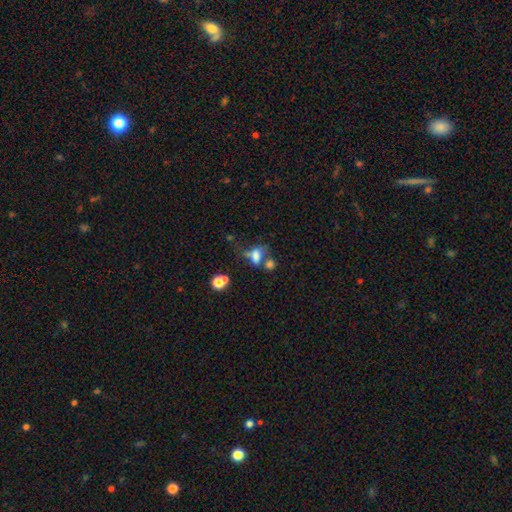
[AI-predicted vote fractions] A smooth galaxy with no disk features (64%) that is in between round and cigar-shaped (77%).

Vote fractions:
- Smooth or featured? smooth: 64% / featured or disk: 20% / star or artifact: 16%
- How rounded? in between: 77% / round: 18% / cigar-shaped: 5%
- Merging? merger: 33% / none: 28% / major disturbance: 22% / minor disturbance: 18%